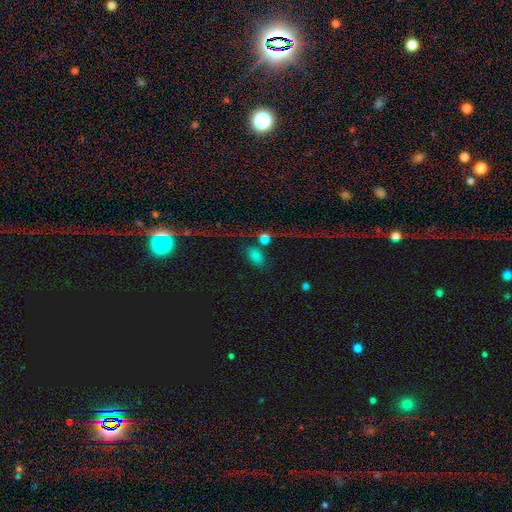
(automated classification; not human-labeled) smooth 68%, star or artifact 20%, featured or disk 12%. Down the decision tree: how rounded — in between (86%); merging — none (50%).